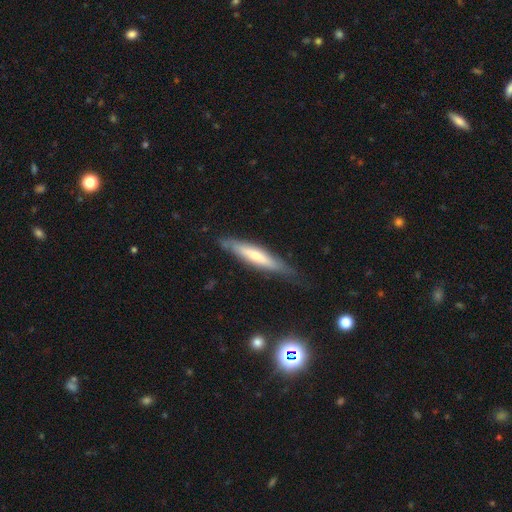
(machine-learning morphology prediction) A smooth galaxy with no disk features (51%) that is cigar-shaped (85%). Merging: none (72%).